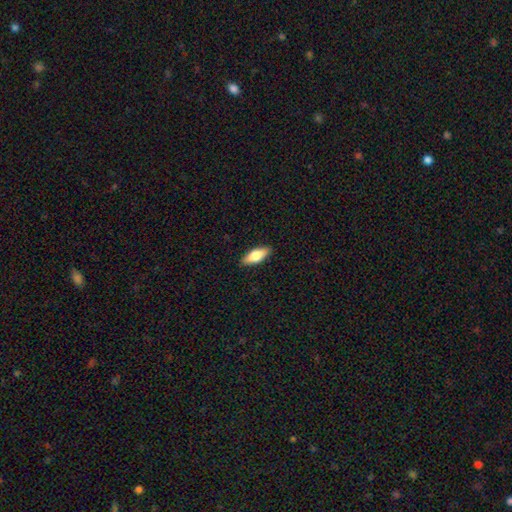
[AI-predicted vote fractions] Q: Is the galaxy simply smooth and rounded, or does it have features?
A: smooth — 72%.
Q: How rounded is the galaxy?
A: in between — 74%.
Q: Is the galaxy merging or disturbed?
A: none — 89%.